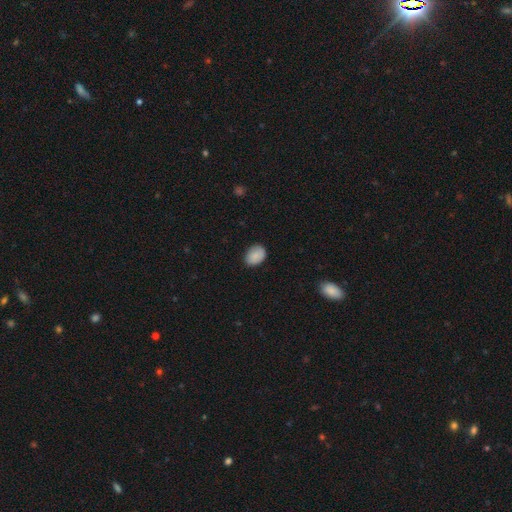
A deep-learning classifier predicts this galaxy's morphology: This is clearly a smooth galaxy (88%). How rounded: likely in between (75%). Merging: clearly none (83%).